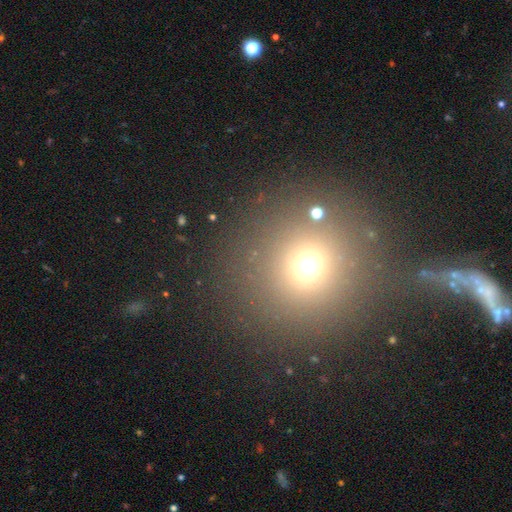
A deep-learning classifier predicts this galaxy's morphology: This is likely a smooth galaxy (63%). How rounded: clearly round (93%). Merging: likely none (80%).